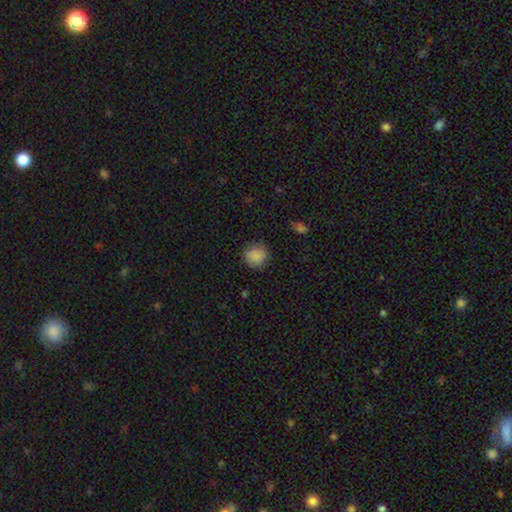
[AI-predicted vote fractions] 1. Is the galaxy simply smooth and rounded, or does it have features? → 84% smooth, 9% star or artifact, 8% featured or disk.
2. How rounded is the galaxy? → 88% round, 12% in between, 1% cigar-shaped.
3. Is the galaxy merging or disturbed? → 81% none, 14% minor disturbance, 4% major disturbance, 1% merger.